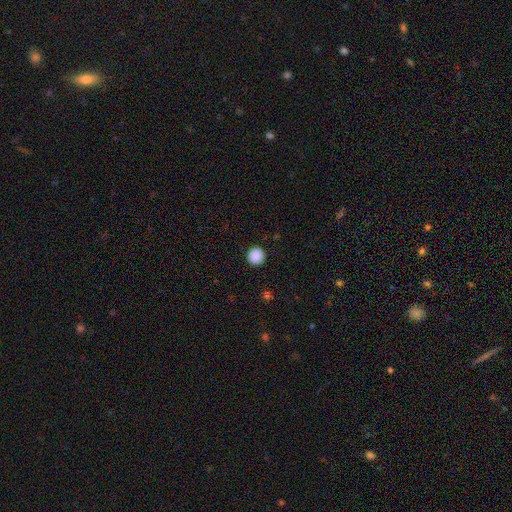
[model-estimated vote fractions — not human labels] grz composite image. It shows a smooth galaxy with no disk features (89%) that is round (94%). Merging: none (92%).